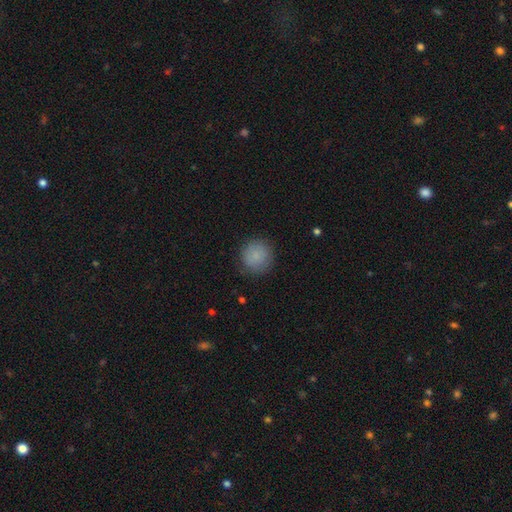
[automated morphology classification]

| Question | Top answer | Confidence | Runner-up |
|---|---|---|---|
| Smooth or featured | smooth | 85% | star or artifact (8%) |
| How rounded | round | 94% | in between (5%) |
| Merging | none | 85% | minor disturbance (11%) |